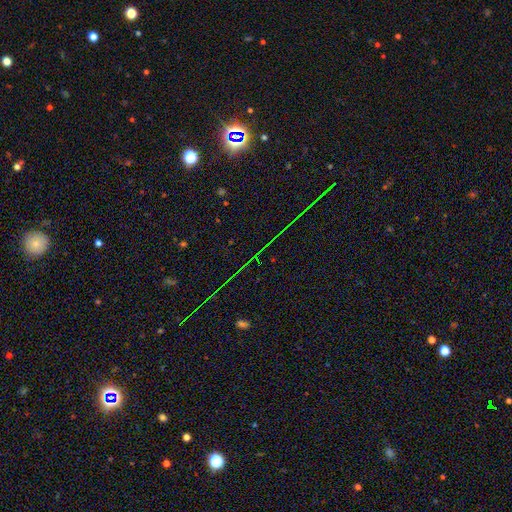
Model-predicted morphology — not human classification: A star or artifact, not a galaxy (81%).